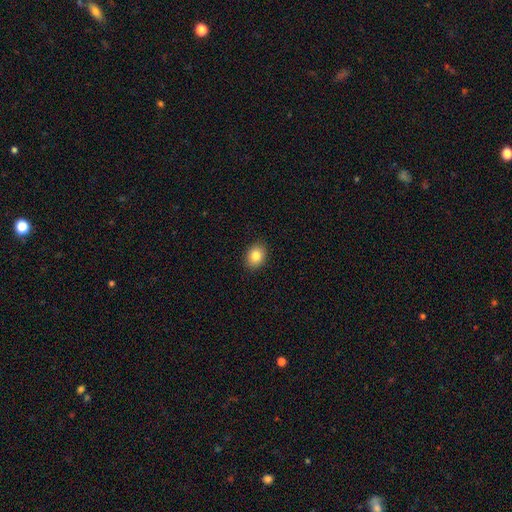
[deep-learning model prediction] Smooth or featured? Predicted: smooth (p=0.84). How rounded? Predicted: in between (p=0.57). Merging? Predicted: none (p=0.89).